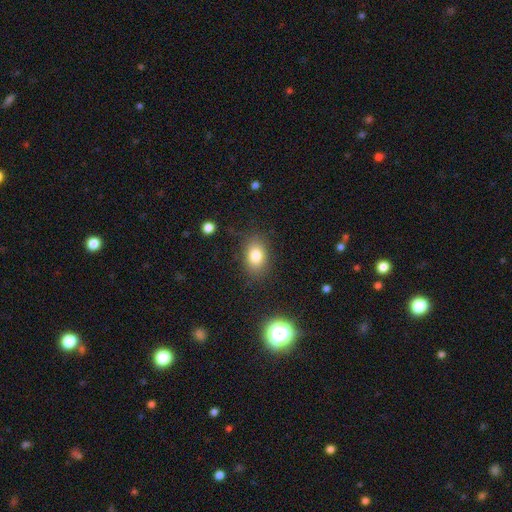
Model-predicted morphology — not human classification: Smooth or featured: smooth — 80% (star or artifact — 11%)
How rounded: in between — 79% (round — 20%)
Merging: none — 83% (minor disturbance — 12%)